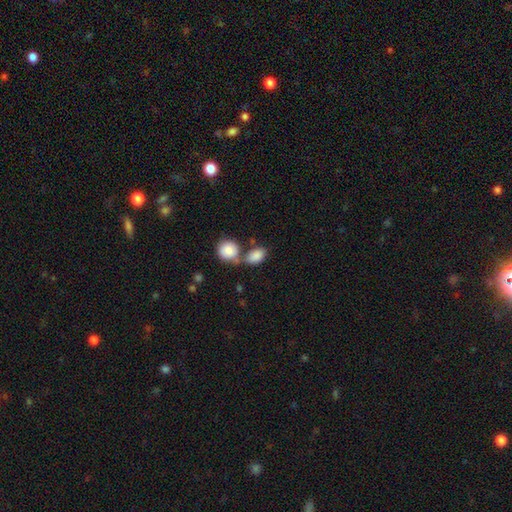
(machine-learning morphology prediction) type=smooth (87%); roundness=in between (83%); merging=none (45%).